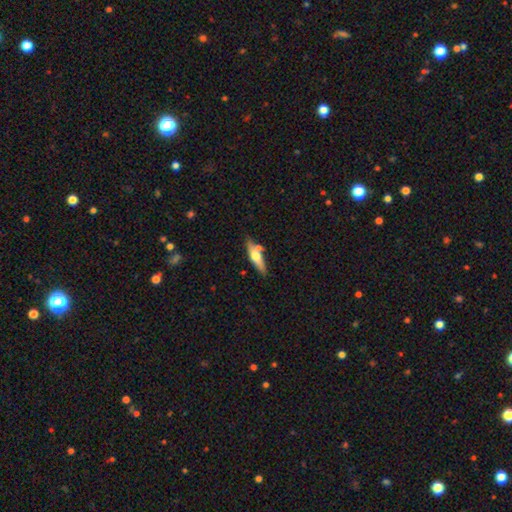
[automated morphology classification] The model was most divided on "smooth or featured": smooth: 51%, featured or disk: 43%, star or artifact: 6%. More confident: merging — none (72%); how rounded — cigar-shaped (70%).